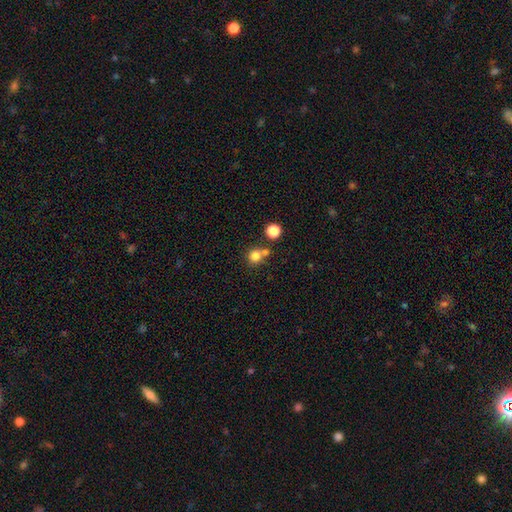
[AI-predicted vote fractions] Q: Smooth or featured?
A: smooth (79%); runner-up: star or artifact (14%)
Q: How rounded?
A: round (90%); runner-up: in between (9%)
Q: Merging?
A: none (56%); runner-up: merger (33%)